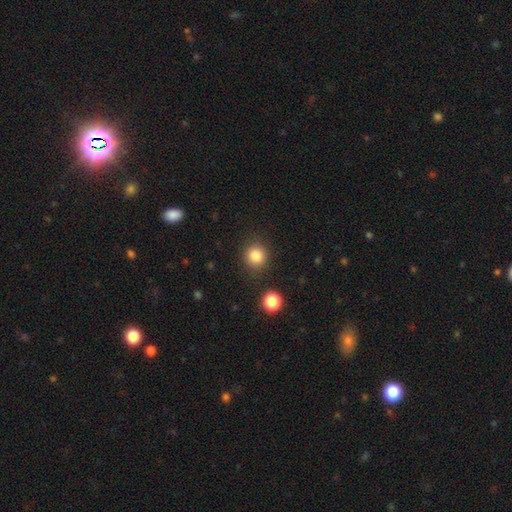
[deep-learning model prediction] A smooth galaxy with no disk features (83%) that is round (91%). Merging: none (87%).